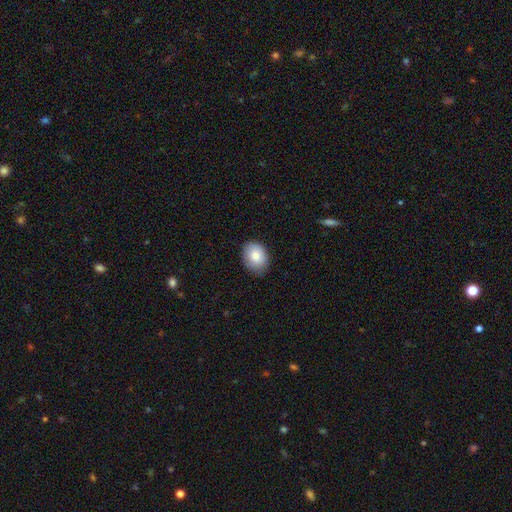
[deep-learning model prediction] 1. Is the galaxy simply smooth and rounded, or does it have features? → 84% smooth, 9% featured or disk, 7% star or artifact.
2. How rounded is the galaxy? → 63% in between, 36% round, 1% cigar-shaped.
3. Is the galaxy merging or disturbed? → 81% none, 15% minor disturbance, 3% major disturbance, 1% merger.